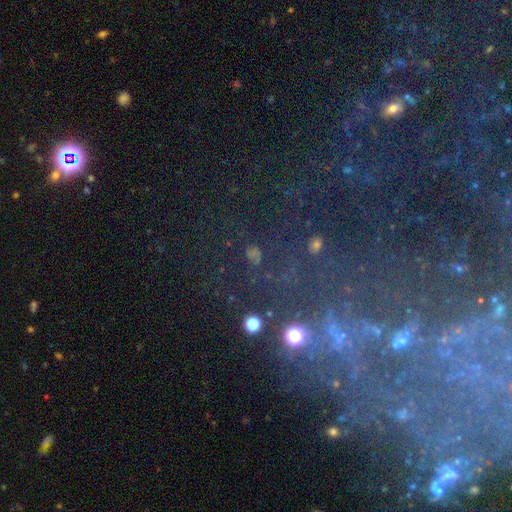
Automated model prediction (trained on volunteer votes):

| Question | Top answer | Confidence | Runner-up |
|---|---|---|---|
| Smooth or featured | star or artifact | 53% | smooth (30%) |